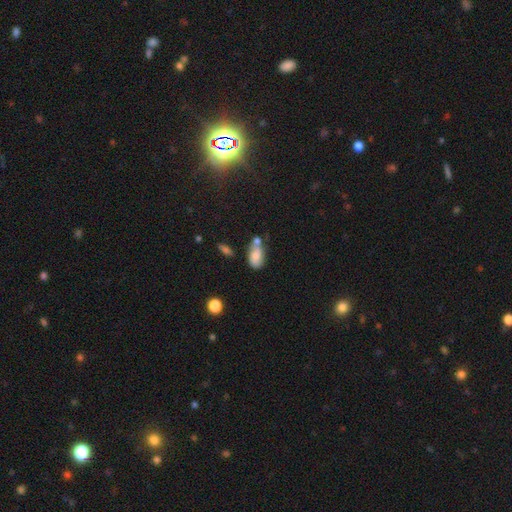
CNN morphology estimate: smooth 77%, featured or disk 14%, star or artifact 9%. Down the decision tree: how rounded — in between (90%); merging — none (37%).